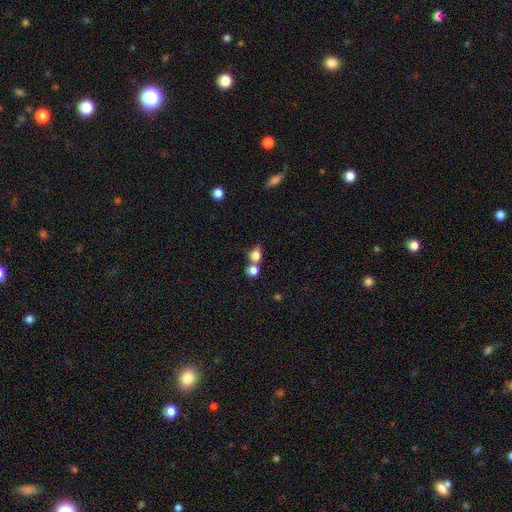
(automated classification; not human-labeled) smooth 80%, star or artifact 10%, featured or disk 9%. Down the decision tree: how rounded — round (57%); merging — merger (45%).